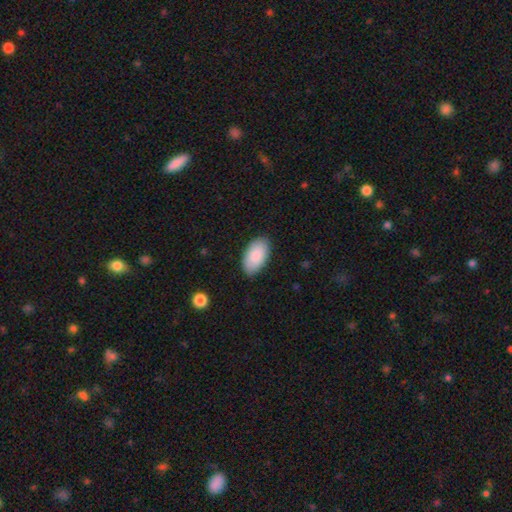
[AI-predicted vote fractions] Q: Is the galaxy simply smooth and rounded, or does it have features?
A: smooth — 89%.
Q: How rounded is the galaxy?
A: in between — 96%.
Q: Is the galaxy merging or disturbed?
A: none — 87%.